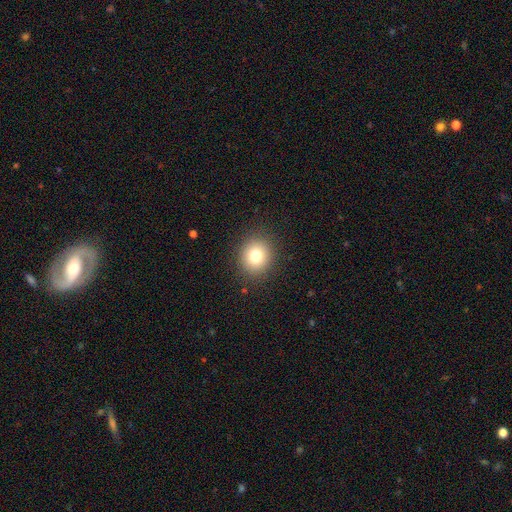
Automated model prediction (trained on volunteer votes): A smooth galaxy with no disk features (80%) that is round (78%). Merging: none (89%).